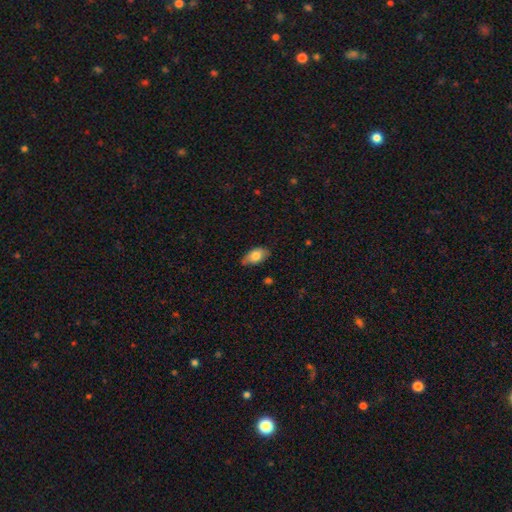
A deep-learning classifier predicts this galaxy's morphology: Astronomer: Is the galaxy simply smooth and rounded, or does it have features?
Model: smooth — 81%.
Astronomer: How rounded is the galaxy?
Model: in between — 92%.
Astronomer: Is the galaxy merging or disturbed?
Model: none — 71%.